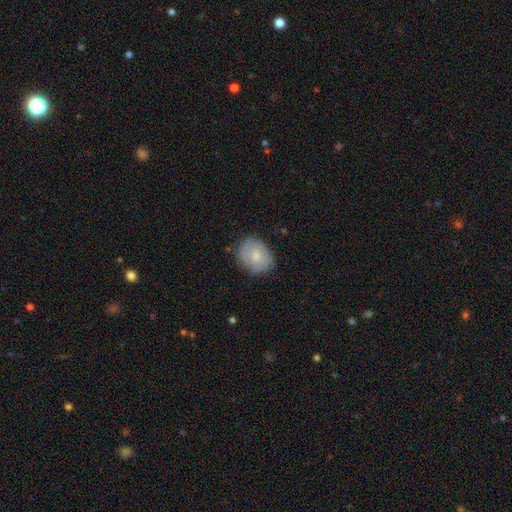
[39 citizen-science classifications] Smooth or featured? 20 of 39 (51%) said smooth. How rounded? 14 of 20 (70%) said in between. Merging? 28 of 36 (78%) said none.